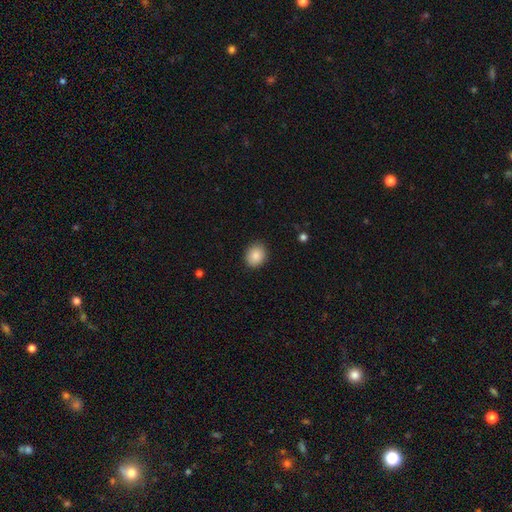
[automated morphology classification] This is clearly a smooth galaxy (87%). How rounded: likely round (61%). Merging: clearly none (89%).